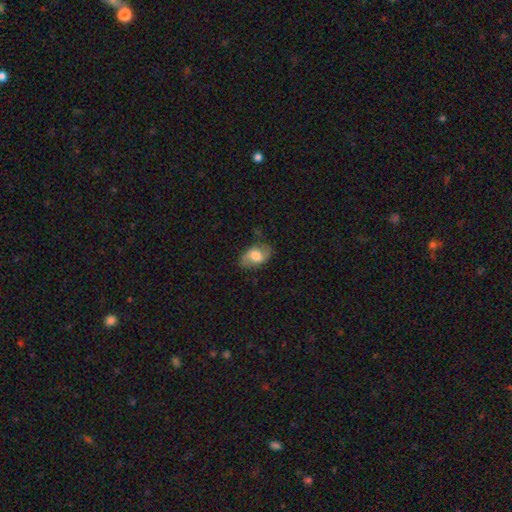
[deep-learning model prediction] Smooth or featured? smooth (46%, tied with featured or disk)
Merging? none (71%)